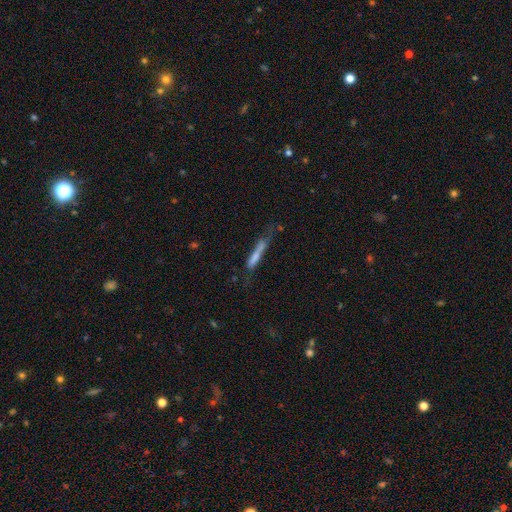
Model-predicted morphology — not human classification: Smooth or featured? Predicted: smooth (p=0.64). How rounded? Predicted: cigar-shaped (p=0.90). Merging? Predicted: none (p=0.45).